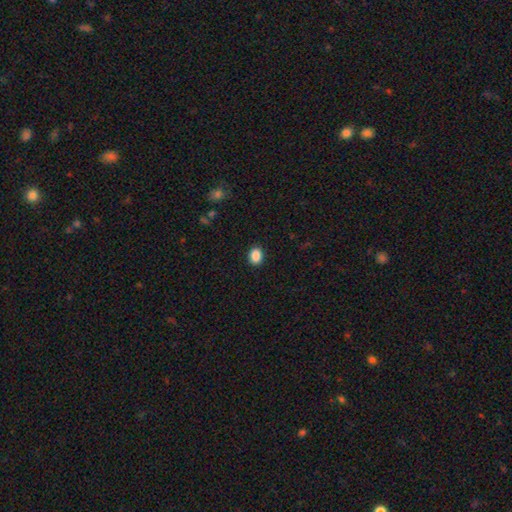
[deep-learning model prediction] Overall: smooth (88%). How rounded: in between (59%; round 40%). Merging: none (90%).